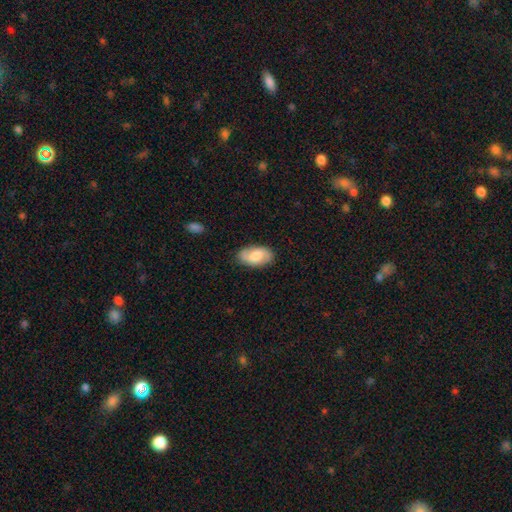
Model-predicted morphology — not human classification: A smooth galaxy with no disk features (68%) that is in between round and cigar-shaped (94%). Merging: none (82%).